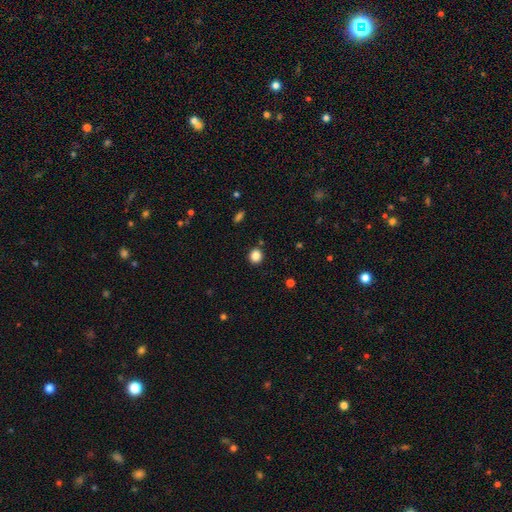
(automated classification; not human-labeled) Smooth or featured? smooth (85%)
How rounded? round (87%)
Merging? none (88%)